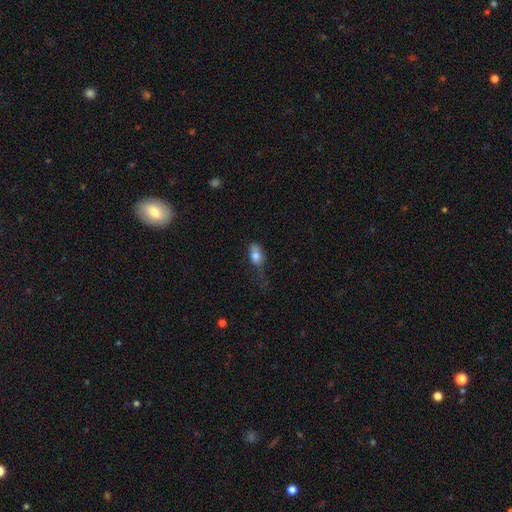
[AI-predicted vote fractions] A smooth galaxy with no disk features (78%) that is in between round and cigar-shaped (85%).

Vote fractions:
- Smooth or featured? smooth: 78% / featured or disk: 14% / star or artifact: 8%
- How rounded? in between: 85% / round: 9% / cigar-shaped: 7%
- Merging? minor disturbance: 35% / none: 32% / major disturbance: 29% / merger: 3%